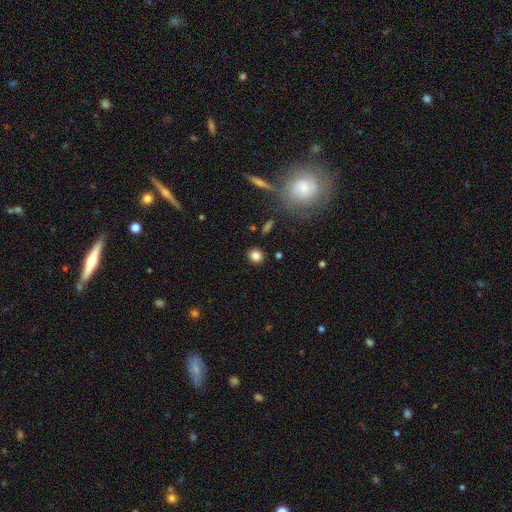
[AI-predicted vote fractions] A smooth galaxy with no disk features (84%) that is round (81%).

Vote fractions:
- Smooth or featured? smooth: 84% / star or artifact: 11% / featured or disk: 6%
- How rounded? round: 81% / in between: 17% / cigar-shaped: 1%
- Merging? none: 89% / minor disturbance: 7% / major disturbance: 2% / merger: 2%